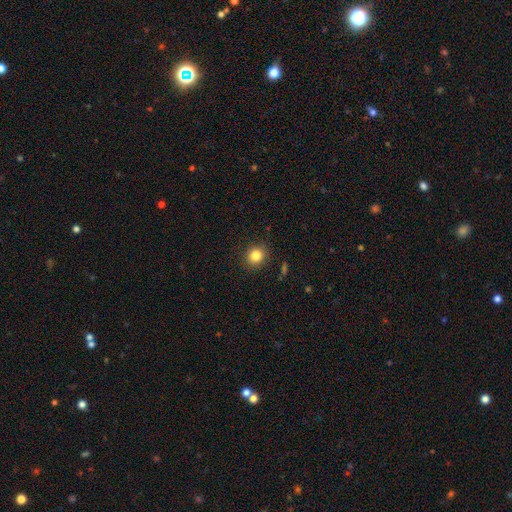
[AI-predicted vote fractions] Smooth or featured? smooth (83%)
How rounded? round (83%)
Merging? none (87%)